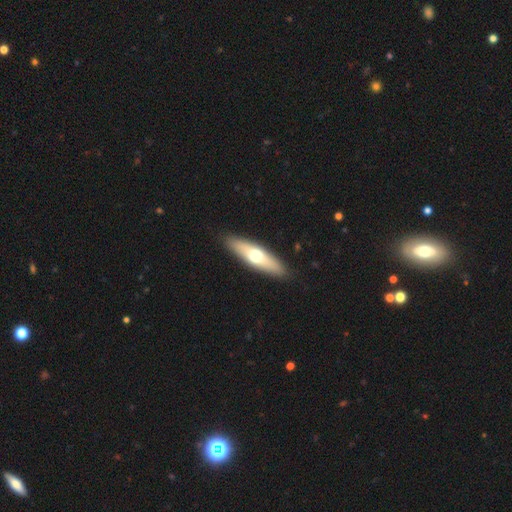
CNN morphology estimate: Q: Smooth or featured?
A: smooth (54%); runner-up: featured or disk (41%)
Q: How rounded?
A: cigar-shaped (62%); runner-up: in between (36%)
Q: Merging?
A: none (90%); runner-up: minor disturbance (7%)